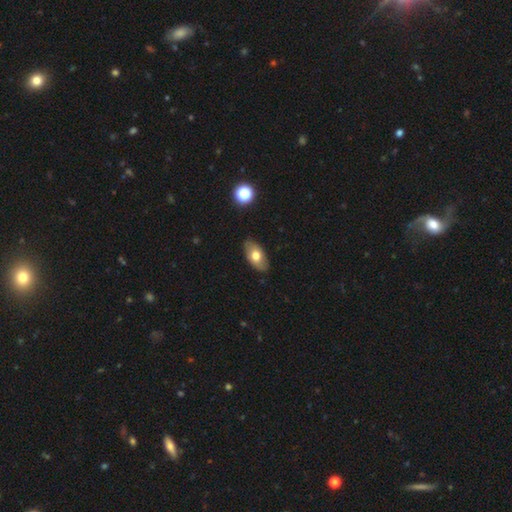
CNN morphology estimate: type=smooth (68%); roundness=in between (92%); merging=none (85%).